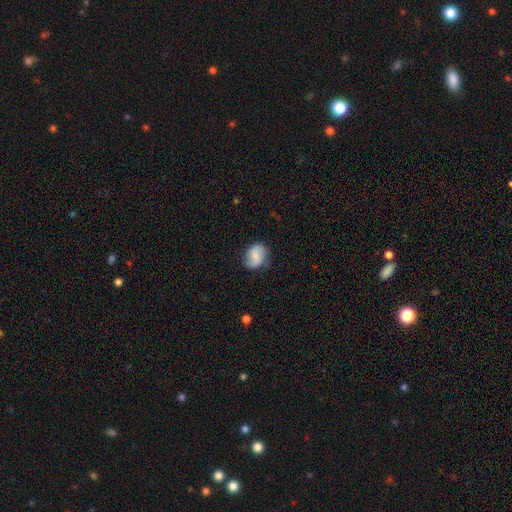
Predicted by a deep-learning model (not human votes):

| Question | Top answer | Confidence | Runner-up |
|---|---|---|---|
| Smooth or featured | featured or disk | 47% | smooth (45%) |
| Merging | none | 74% | minor disturbance (19%) |